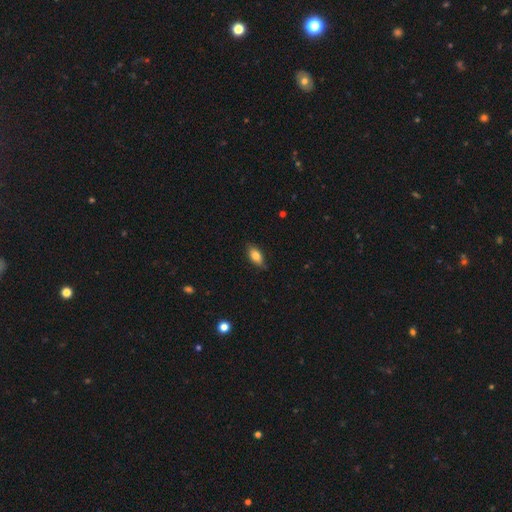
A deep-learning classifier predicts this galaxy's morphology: This appears to be a smooth galaxy with no disk features (78%) that is in between round and cigar-shaped (86%). Merging: none (78%).